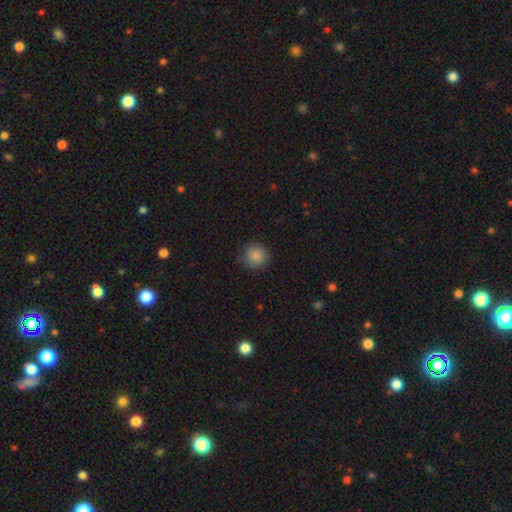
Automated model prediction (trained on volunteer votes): smooth-or-featured: smooth: 87% | star or artifact: 9% | featured or disk: 4%
  how-rounded: round: 89% | in between: 10% | cigar-shaped: 1%
  merging: none: 82% | minor disturbance: 14% | major disturbance: 3% | merger: 1%